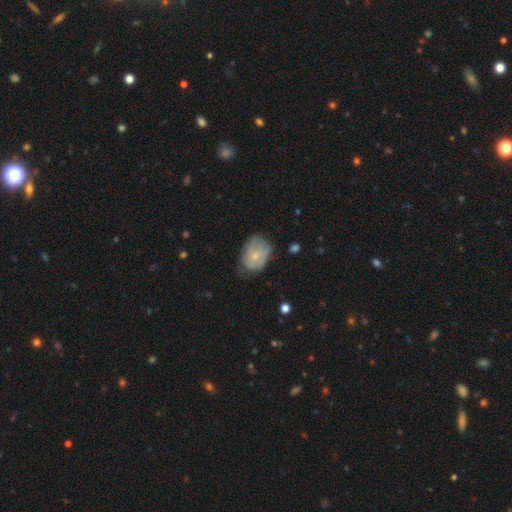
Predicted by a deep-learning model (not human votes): This is possibly a smooth galaxy (56%). How rounded: likely in between (75%). Merging: possibly none (50%).